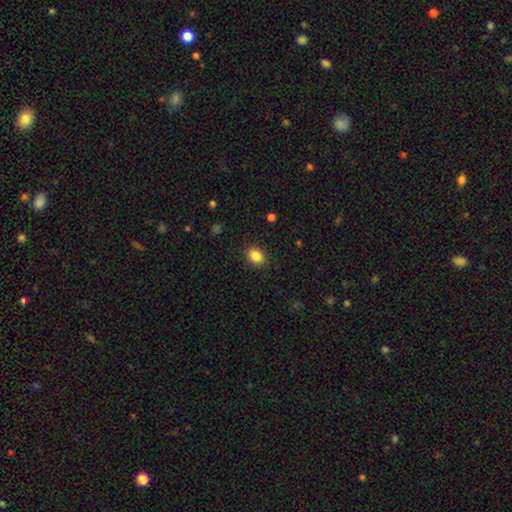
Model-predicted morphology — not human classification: Smooth or featured: smooth — 87% (star or artifact — 9%)
How rounded: in between — 57% (round — 42%)
Merging: none — 89% (minor disturbance — 8%)